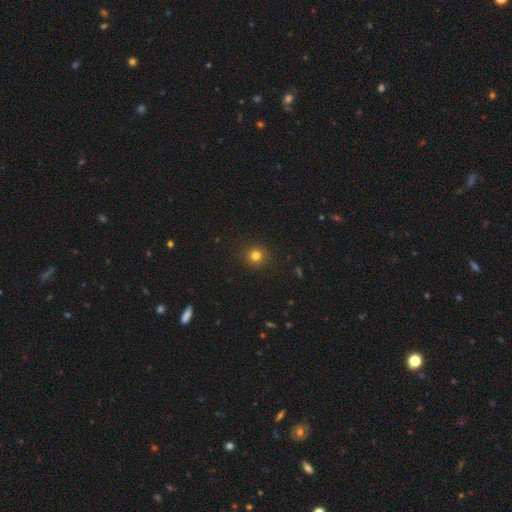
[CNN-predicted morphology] Smooth or featured? Predicted: smooth (p=0.80). How rounded? Predicted: round (p=0.94). Merging? Predicted: none (p=0.92).